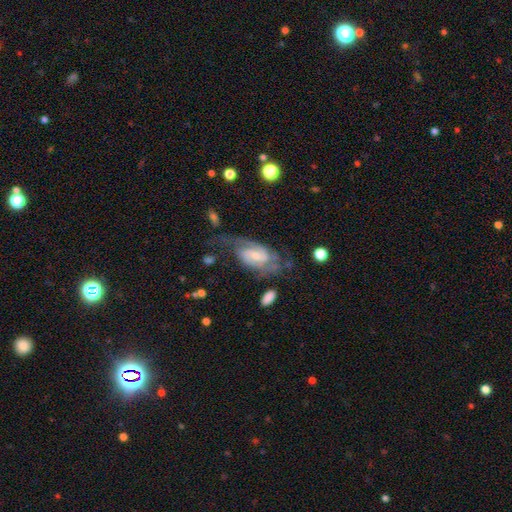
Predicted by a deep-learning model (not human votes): Q: Smooth or featured?
A: featured or disk (82%); runner-up: smooth (12%)
Q: Edge-on disk?
A: no (96%); runner-up: yes (4%)
Q: Bar?
A: weak (48%); runner-up: no (39%)
Q: Spiral arms?
A: yes (94%); runner-up: no (6%)
Q: Spiral winding?
A: medium (47%); runner-up: tight (32%)
Q: Spiral arm count?
A: 2 (71%); runner-up: can't tell (14%)
Q: Bulge size?
A: small (57%); runner-up: moderate (32%)
Q: Merging?
A: none (42%); runner-up: major disturbance (31%)